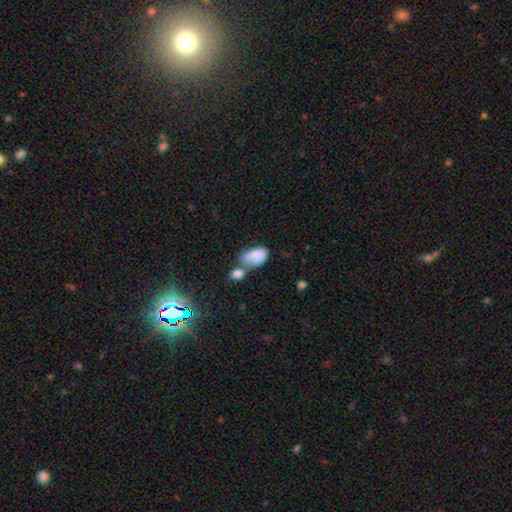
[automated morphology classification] Smooth or featured? Predicted: smooth (p=0.73). How rounded? Predicted: in between (p=0.91). Merging? Predicted: merger (p=0.53).